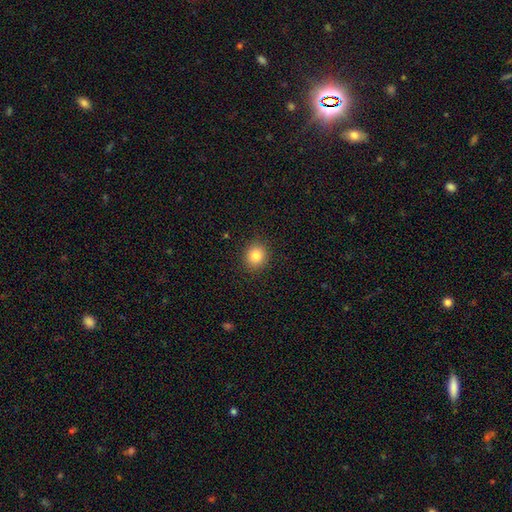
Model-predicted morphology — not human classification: This appears to be a smooth galaxy with no disk features (83%) that is round (81%). Merging: none (90%).